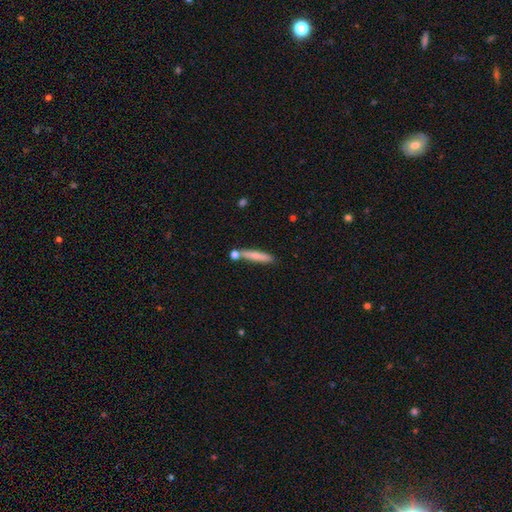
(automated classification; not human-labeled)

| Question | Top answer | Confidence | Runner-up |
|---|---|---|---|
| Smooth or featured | smooth | 70% | featured or disk (23%) |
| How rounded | cigar-shaped | 88% | in between (10%) |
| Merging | none | 69% | merger (15%) |